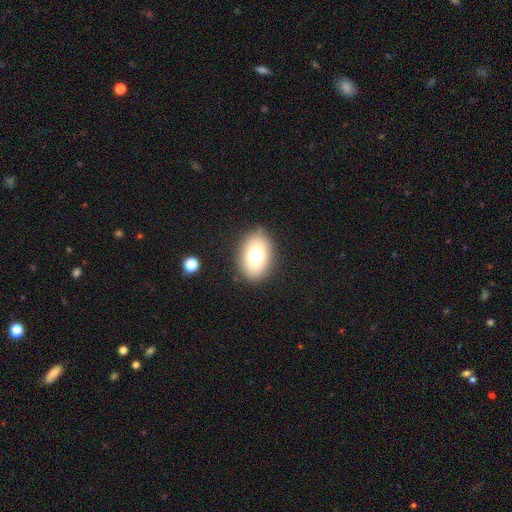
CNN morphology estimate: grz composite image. It shows a smooth galaxy with no disk features (72%) that is in between round and cigar-shaped (76%). Merging: none (84%).